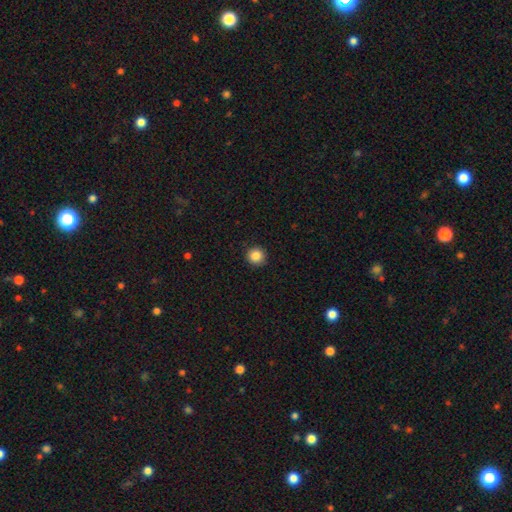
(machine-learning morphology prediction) Smooth or featured? smooth (86%)
How rounded? round (95%)
Merging? none (92%)